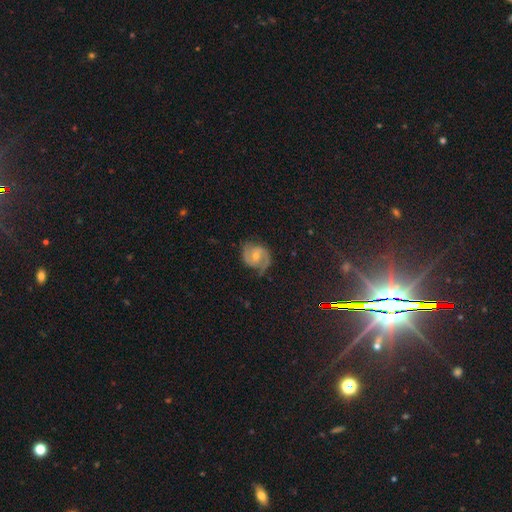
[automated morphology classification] Smooth or featured: featured or disk — 75% (smooth — 17%)
Edge-on disk: no — 98% (yes — 2%)
Bar: no — 51% (weak — 40%)
Spiral arms: yes — 93% (no — 7%)
Spiral winding: medium — 49% (tight — 31%)
Spiral arm count: 2 — 86% (can't tell — 7%)
Bulge size: moderate — 53% (small — 42%)
Merging: none — 69% (minor disturbance — 21%)